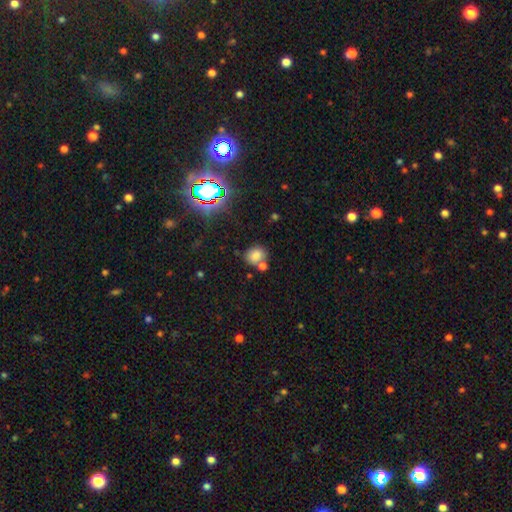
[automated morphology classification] smooth_or_featured: smooth (p=0.76) [alt: star or artifact p=0.15]
how_rounded: round (p=0.66) [alt: in between p=0.33]
merging: none (p=0.57) [alt: merger p=0.26]